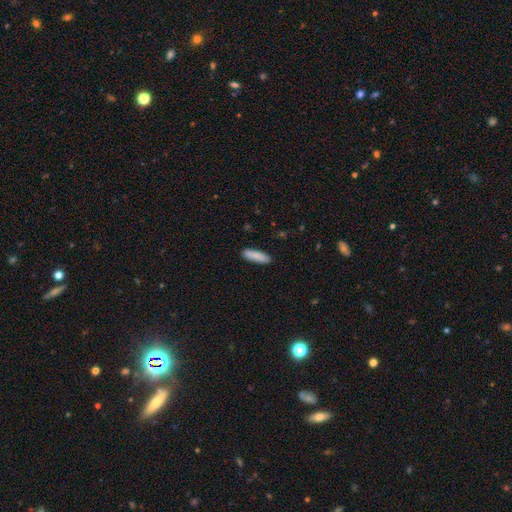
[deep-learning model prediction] A smooth galaxy with no disk features (88%) that is cigar-shaped (65%). Merging: none (88%).